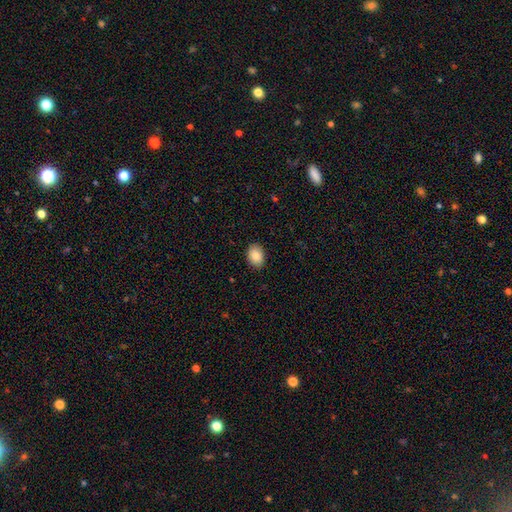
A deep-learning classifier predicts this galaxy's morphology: A smooth galaxy with no disk features (88%) that is in between round and cigar-shaped (73%). Merging: none (89%).